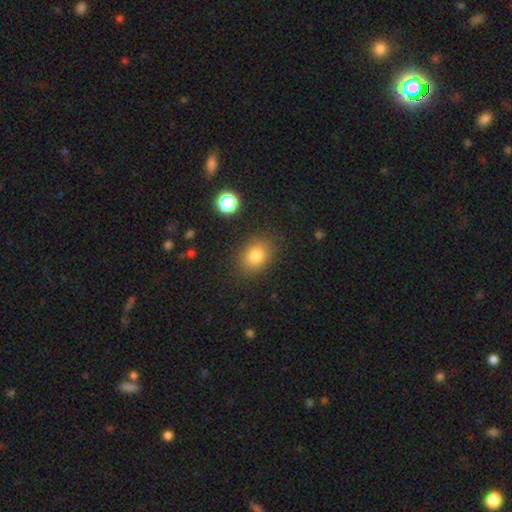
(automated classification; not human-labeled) This appears to be a smooth galaxy with no disk features (81%) that is in between round and cigar-shaped (62%). Merging: none (84%).